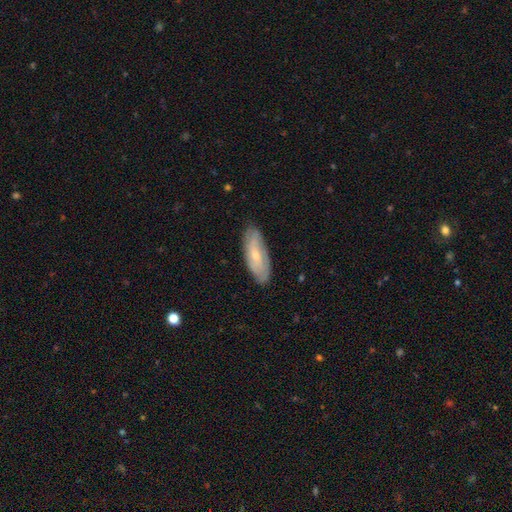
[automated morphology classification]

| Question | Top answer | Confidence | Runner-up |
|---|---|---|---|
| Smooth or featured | featured or disk | 48% | smooth (46%) |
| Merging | none | 81% | minor disturbance (15%) |